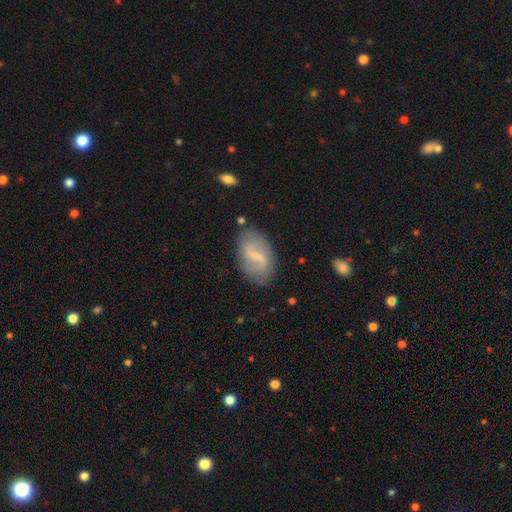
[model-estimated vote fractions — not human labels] Smooth or featured? featured or disk (68%)
Edge-on disk? no (95%)
Bar? weak (56%)
Spiral arms? yes (78%)
Spiral winding? loose (57%)
Spiral arm count? 2 (82%)
Bulge size? small (71%)
Merging? none (77%)